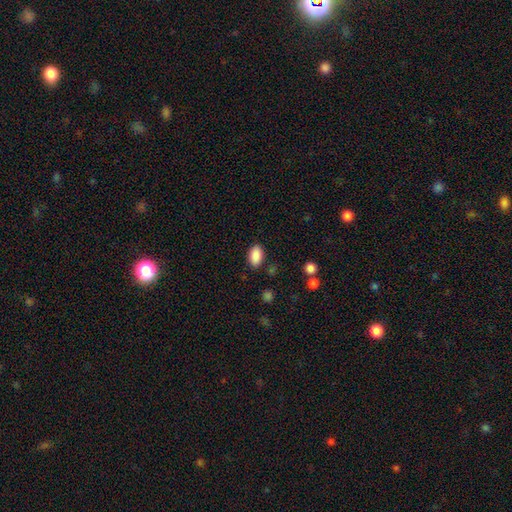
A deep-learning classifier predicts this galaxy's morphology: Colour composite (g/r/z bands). It shows a smooth galaxy with no disk features (89%) that is in between round and cigar-shaped (92%). Merging: none (85%).